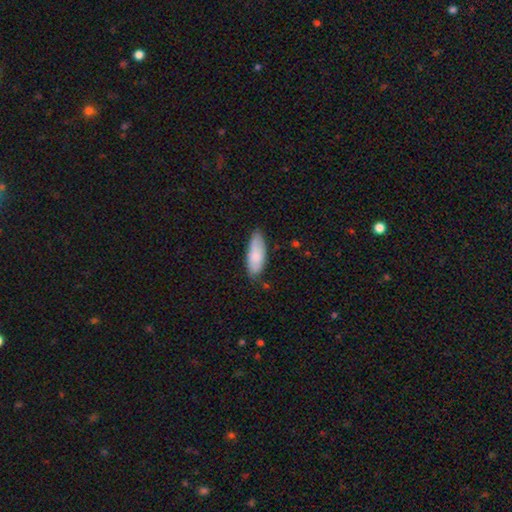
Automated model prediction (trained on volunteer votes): The model was most divided on "how rounded": in between: 72%, cigar-shaped: 26%, round: 2%. More confident: smooth or featured — smooth (81%); merging — none (74%).